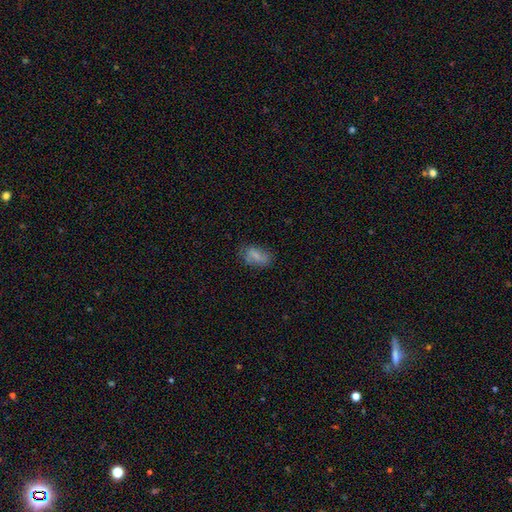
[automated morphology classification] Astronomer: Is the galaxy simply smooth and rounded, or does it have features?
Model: smooth — 68%.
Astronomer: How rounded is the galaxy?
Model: in between — 89%.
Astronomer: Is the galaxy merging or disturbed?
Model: none — 70%.